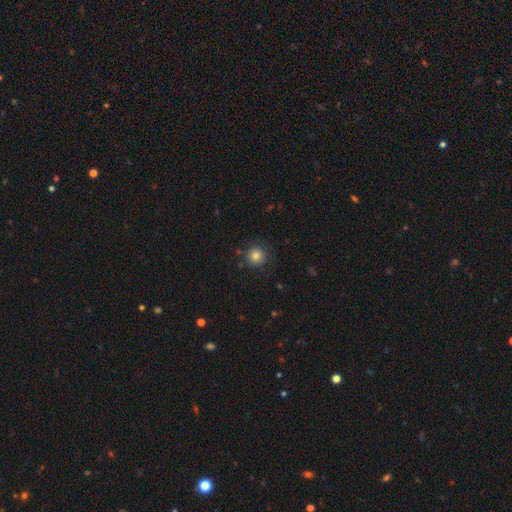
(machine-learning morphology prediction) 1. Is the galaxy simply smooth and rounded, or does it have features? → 80% smooth, 12% star or artifact, 8% featured or disk.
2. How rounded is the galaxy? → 95% round, 5% in between, 1% cigar-shaped.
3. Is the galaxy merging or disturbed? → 85% none, 10% minor disturbance, 3% major disturbance, 2% merger.